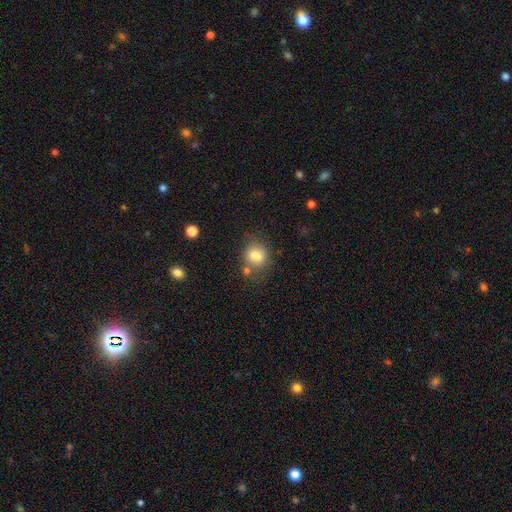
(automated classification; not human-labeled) Smooth or featured? smooth (77%)
How rounded? round (59%)
Merging? none (63%)